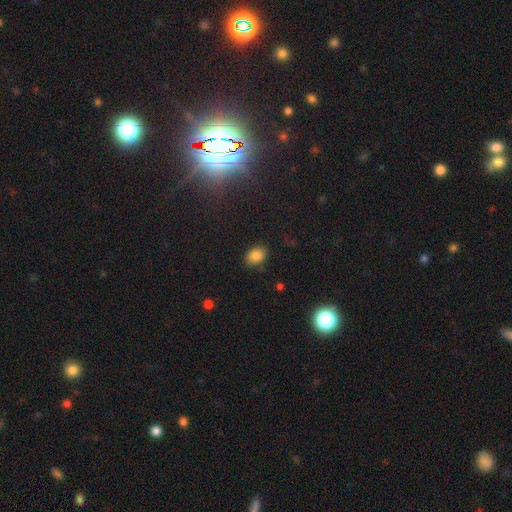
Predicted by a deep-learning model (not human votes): Morphology: type=smooth (84%); roundness=in between (66%); merging=none (84%).